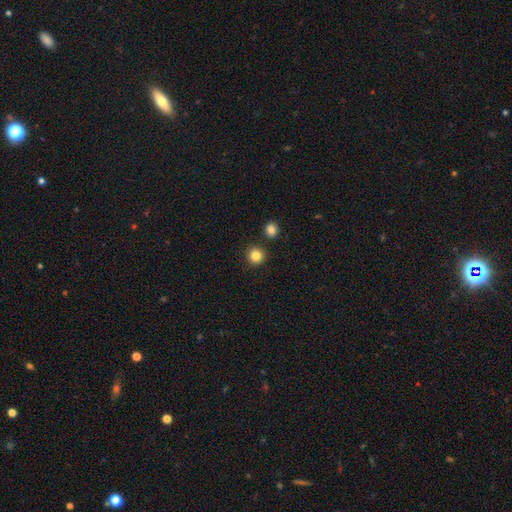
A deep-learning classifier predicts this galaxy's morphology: Overall: smooth (84%). How rounded: round (92%). Merging: none (88%).